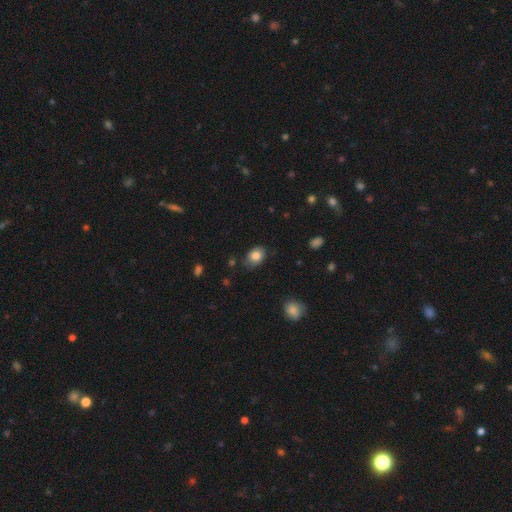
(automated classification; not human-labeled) A smooth galaxy with no disk features (82%) that is in between round and cigar-shaped (77%). Merging: none (72%).